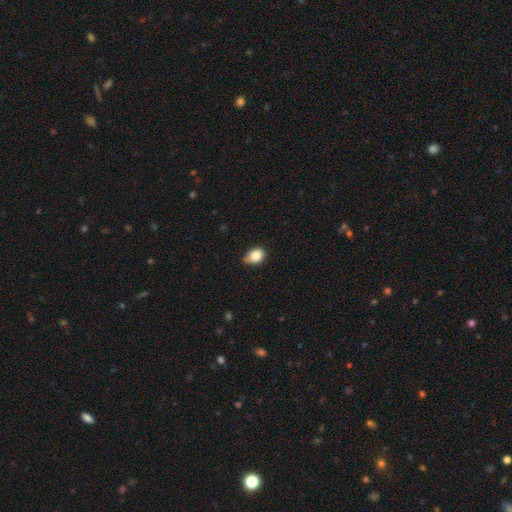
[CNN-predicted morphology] Smooth or featured?
  - smooth: 86% *
  - star or artifact: 8%
  - featured or disk: 6%
How rounded?
  - in between: 73% *
  - round: 26%
  - cigar-shaped: 1%
Merging?
  - none: 60% *
  - minor disturbance: 34%
  - major disturbance: 5%
  - merger: 2%